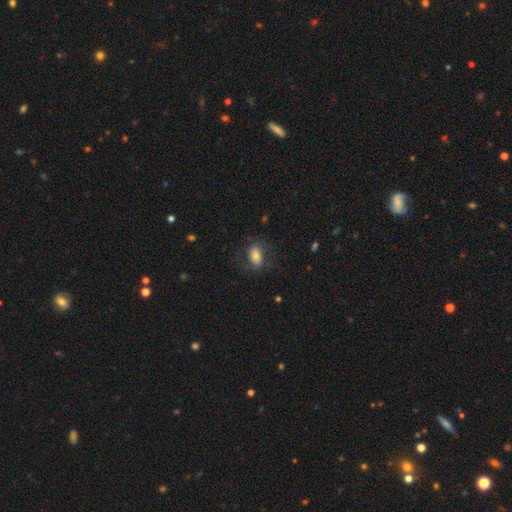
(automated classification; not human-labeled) smooth 63%, featured or disk 29%, star or artifact 8%. Down the decision tree: how rounded — in between (86%); merging — none (67%).